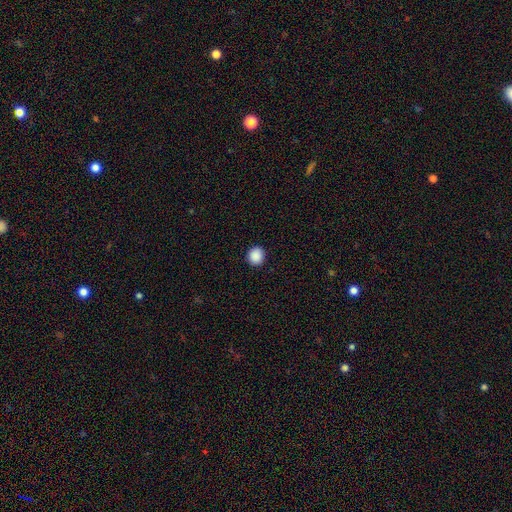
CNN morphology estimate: Smooth or featured?
  - smooth: 90% *
  - star or artifact: 8%
  - featured or disk: 2%
How rounded?
  - round: 86% *
  - in between: 13%
  - cigar-shaped: 1%
Merging?
  - none: 92% *
  - minor disturbance: 5%
  - major disturbance: 2%
  - merger: 1%